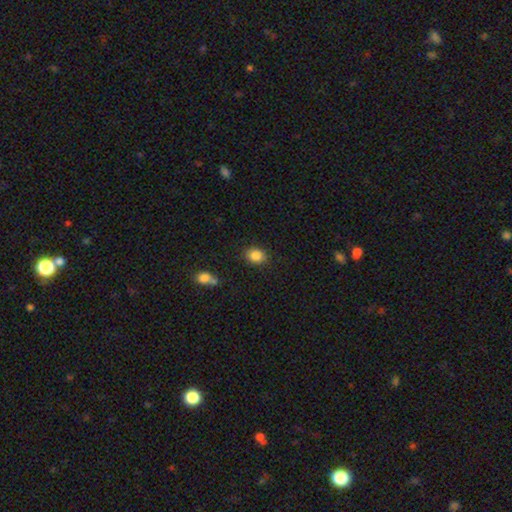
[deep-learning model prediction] Morphology: type=smooth (86%); roundness=round (50%); merging=none (83%).